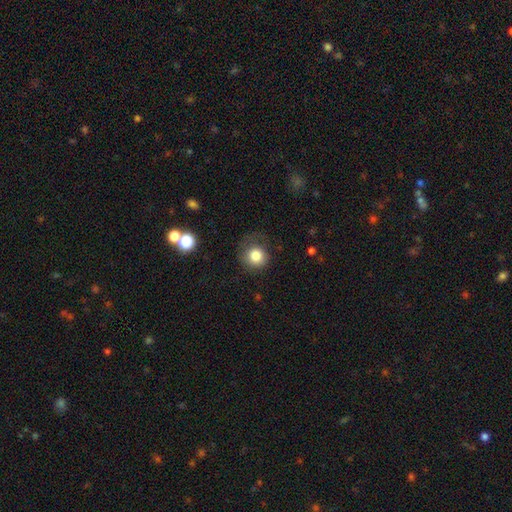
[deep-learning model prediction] A smooth galaxy with no disk features (81%) that is round (89%).

Vote fractions:
- Smooth or featured? smooth: 81% / star or artifact: 10% / featured or disk: 8%
- How rounded? round: 89% / in between: 10% / cigar-shaped: 1%
- Merging? none: 64% / minor disturbance: 20% / major disturbance: 14% / merger: 2%